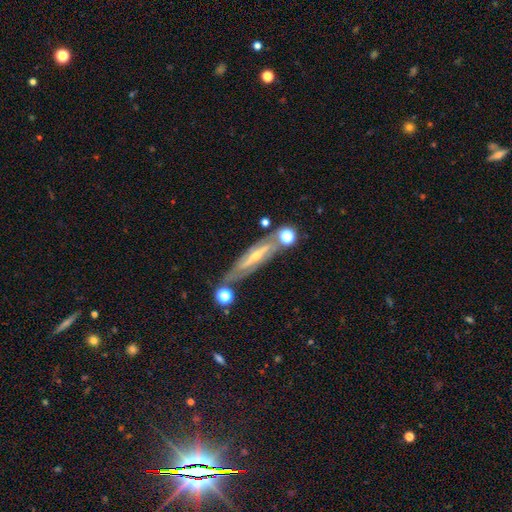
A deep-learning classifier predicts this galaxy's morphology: A featured or disk galaxy (78%). Merging: none (69%).